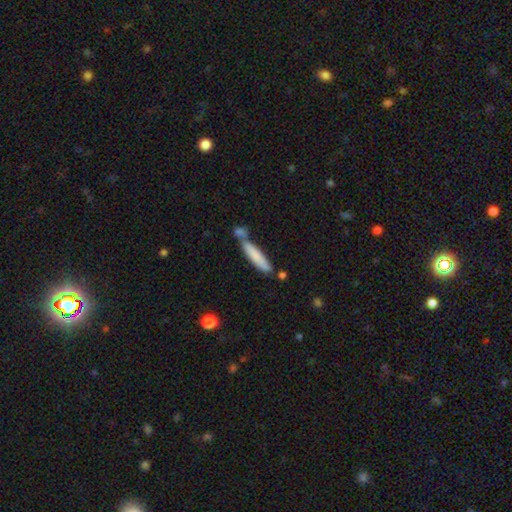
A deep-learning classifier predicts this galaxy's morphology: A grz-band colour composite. It shows a smooth galaxy with no disk features (77%) that is cigar-shaped (86%). Merging: none (54%).